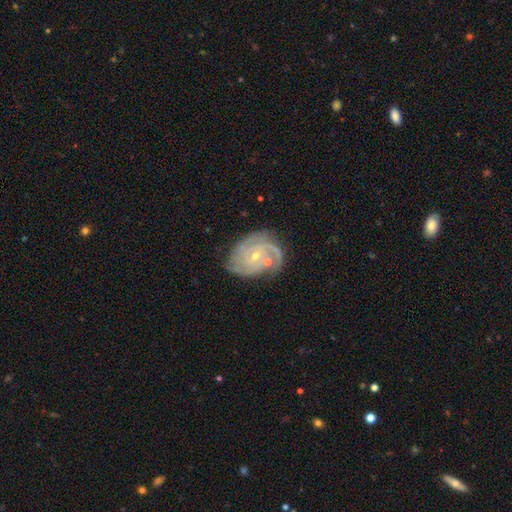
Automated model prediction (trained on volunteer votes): Smooth or featured: featured or disk — 86% (smooth — 8%)
Edge-on disk: no — 98% (yes — 2%)
Bar: no — 67% (weak — 28%)
Spiral arms: yes — 96% (no — 4%)
Spiral winding: tight — 62% (medium — 30%)
Spiral arm count: 3 — 32% (can't tell — 23%)
Bulge size: small — 68% (moderate — 29%)
Merging: none — 57% (minor disturbance — 20%)